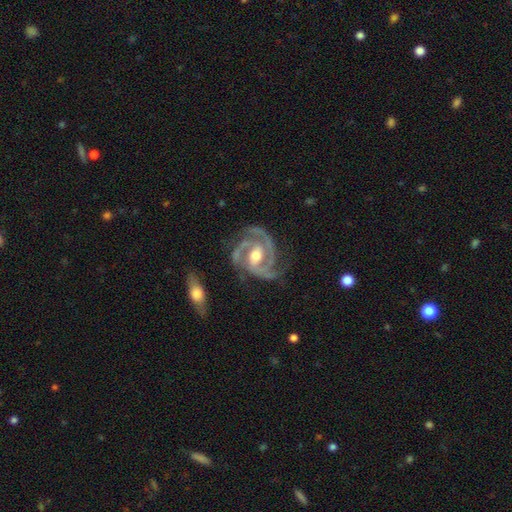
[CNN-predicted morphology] Smooth or featured: featured or disk — 93% (star or artifact — 4%)
Edge-on disk: no — 98% (yes — 2%)
Bar: weak — 39% (no — 37%)
Spiral arms: yes — 98% (no — 2%)
Spiral winding: tight — 52% (medium — 42%)
Spiral arm count: 3 — 52% (2 — 31%)
Bulge size: moderate — 76% (small — 16%)
Merging: none — 68% (minor disturbance — 20%)